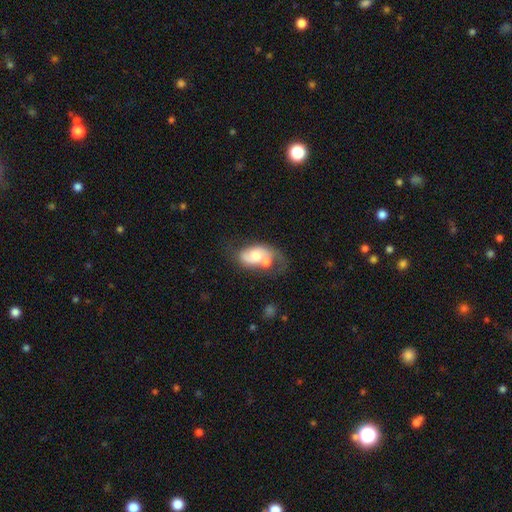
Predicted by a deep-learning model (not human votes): Overall: featured or disk (49%; smooth 44%). Merging: merger (45%; none 22%).